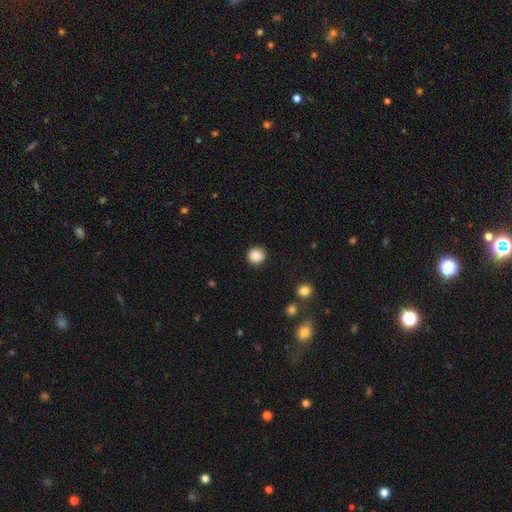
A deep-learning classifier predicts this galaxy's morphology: Overall: smooth (88%). How rounded: round (92%). Merging: none (91%).